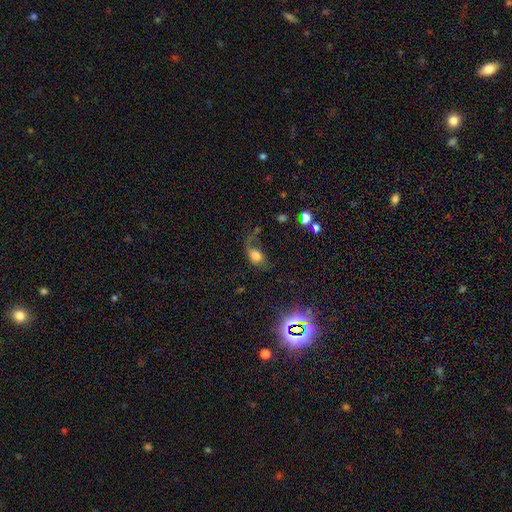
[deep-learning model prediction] Smooth or featured? Predicted: smooth (p=0.59). How rounded? Predicted: in between (p=0.72). Merging? Predicted: major disturbance (p=0.44).